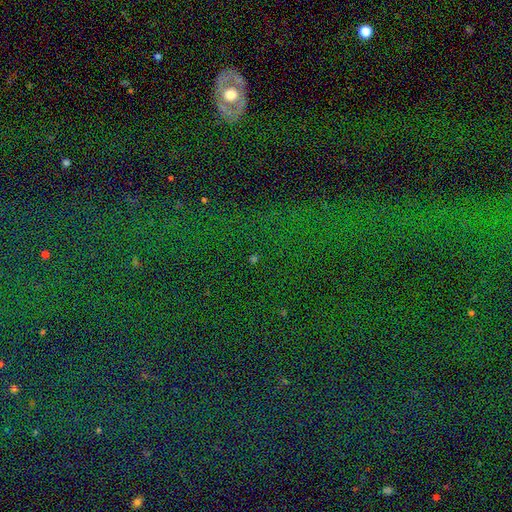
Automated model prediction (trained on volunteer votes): Smooth or featured: star or artifact — 81% (smooth — 10%)